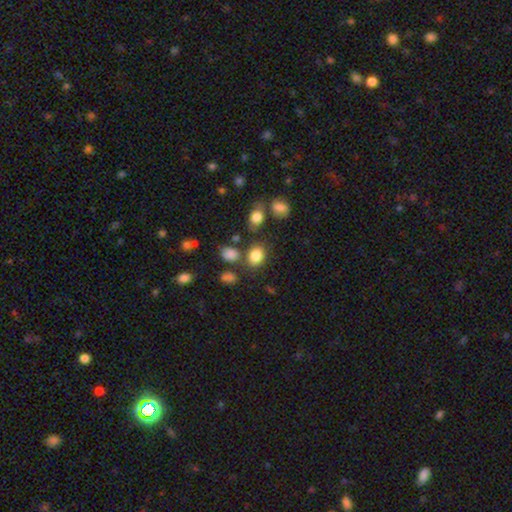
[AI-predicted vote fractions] Q: Smooth or featured?
A: smooth (82%); runner-up: star or artifact (11%)
Q: How rounded?
A: in between (60%); runner-up: round (38%)
Q: Merging?
A: none (72%); runner-up: minor disturbance (13%)